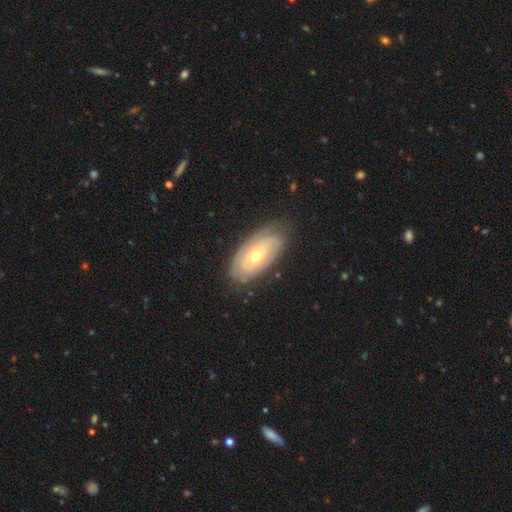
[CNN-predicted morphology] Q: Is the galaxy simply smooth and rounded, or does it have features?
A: featured or disk — 71%.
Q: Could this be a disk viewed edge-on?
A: no — 92%.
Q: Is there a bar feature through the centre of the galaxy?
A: no — 63%.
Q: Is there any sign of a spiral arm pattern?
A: yes — 81%.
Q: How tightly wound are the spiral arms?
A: tight — 74%.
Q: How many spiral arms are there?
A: can't tell — 51%.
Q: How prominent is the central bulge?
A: moderate — 61%.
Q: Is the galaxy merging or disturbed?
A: none — 77%.